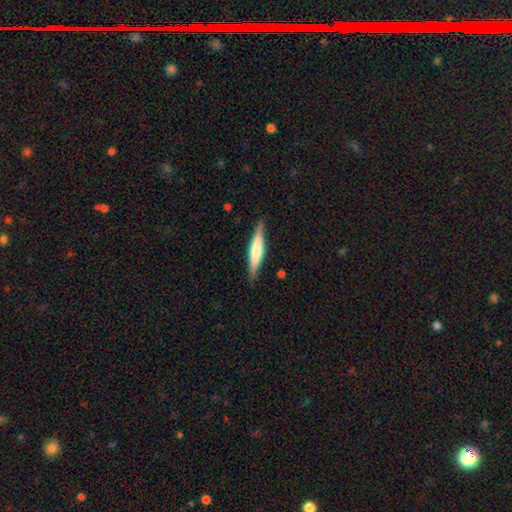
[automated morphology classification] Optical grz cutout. It shows a smooth galaxy with no disk features (52%) that is cigar-shaped (87%). Merging: none (87%).